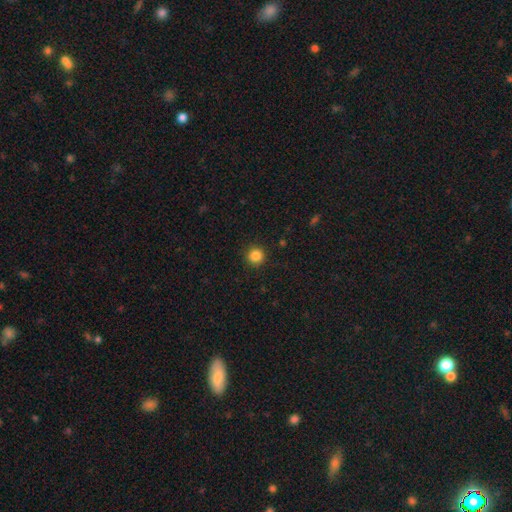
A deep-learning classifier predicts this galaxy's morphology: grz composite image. It shows a smooth galaxy with no disk features (85%) that is round (95%). Merging: none (92%).